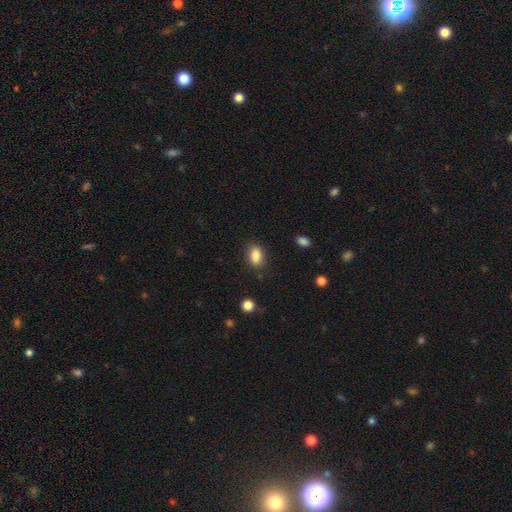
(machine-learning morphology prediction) Smooth or featured? Predicted: smooth (p=0.87). How rounded? Predicted: in between (p=0.86). Merging? Predicted: none (p=0.83).